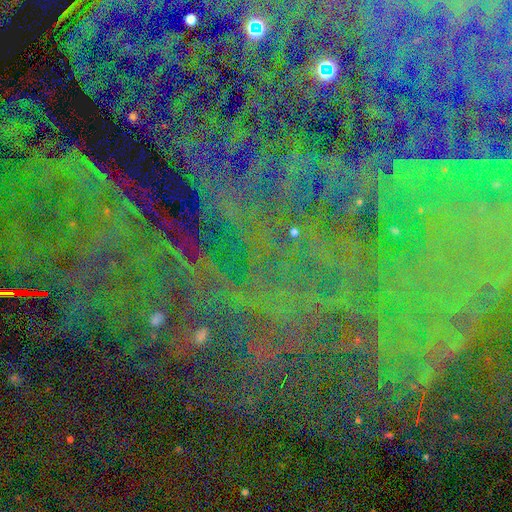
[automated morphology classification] smooth-or-featured: star or artifact: 87% | featured or disk: 7% | smooth: 6%